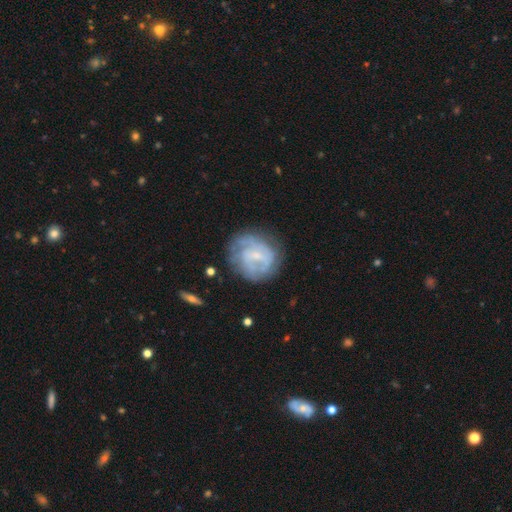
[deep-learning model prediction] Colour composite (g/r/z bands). It shows a featured or disk galaxy (68%) with a weak bar (46%), spiral arms (72%) and a small central bulge (67%). Merging: none (65%).